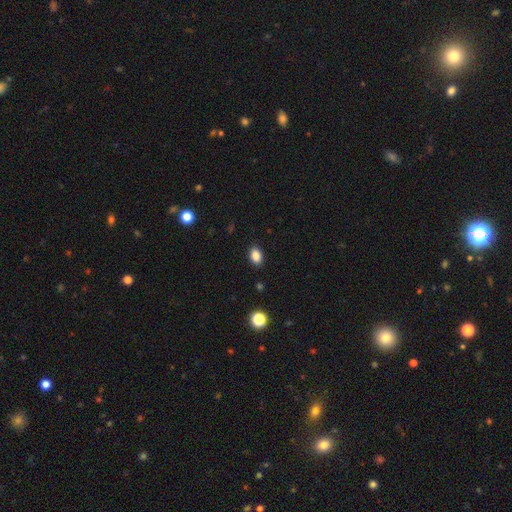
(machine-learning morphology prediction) Overall: smooth (86%). How rounded: in between (82%). Merging: none (89%).